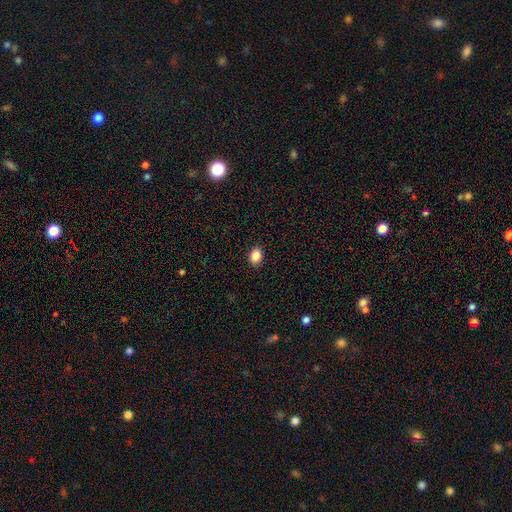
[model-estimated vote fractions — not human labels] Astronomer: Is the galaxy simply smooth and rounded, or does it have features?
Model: smooth — 87%.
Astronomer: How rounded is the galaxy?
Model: in between — 71%.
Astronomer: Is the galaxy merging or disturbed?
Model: none — 90%.